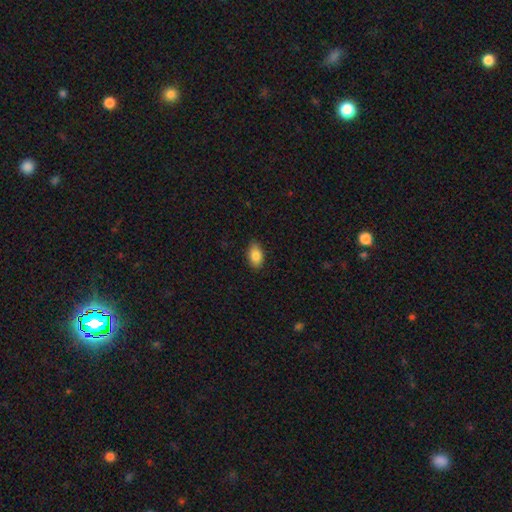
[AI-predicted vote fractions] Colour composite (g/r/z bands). It shows a smooth galaxy with no disk features (86%) that is in between round and cigar-shaped (91%). Merging: none (84%).